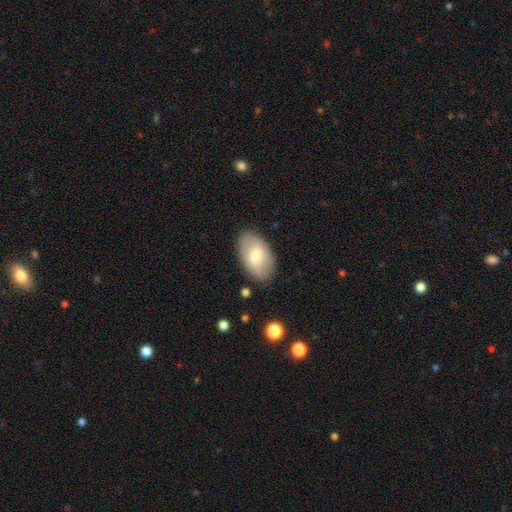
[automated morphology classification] Q: Smooth or featured?
A: smooth (67%); runner-up: featured or disk (27%)
Q: How rounded?
A: in between (92%); runner-up: round (6%)
Q: Merging?
A: none (84%); runner-up: minor disturbance (12%)